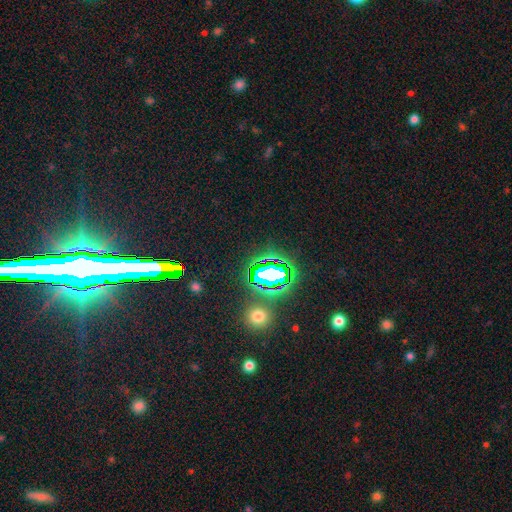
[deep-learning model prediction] Smooth or featured? star or artifact (76%)